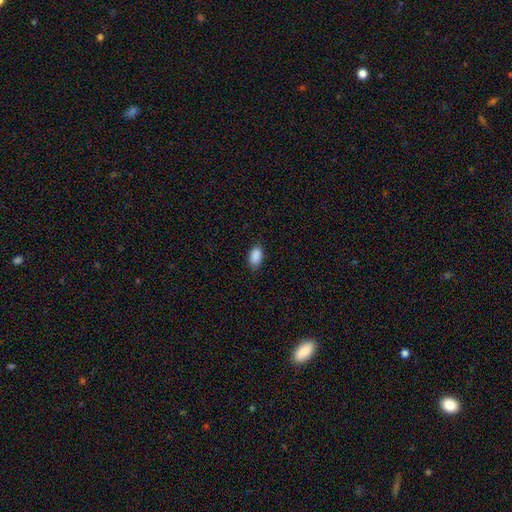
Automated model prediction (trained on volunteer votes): A smooth galaxy with no disk features (90%) that is in between round and cigar-shaped (93%). Merging: none (84%).